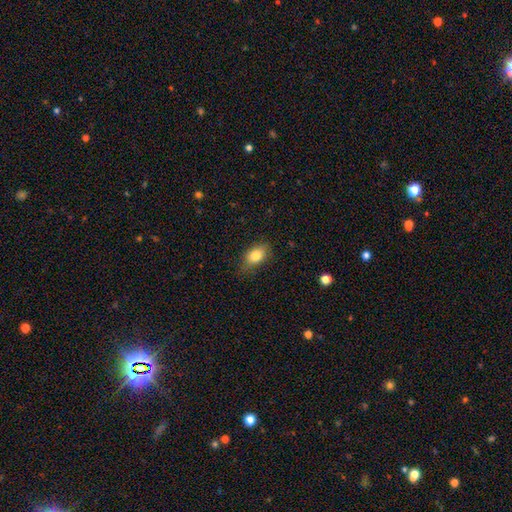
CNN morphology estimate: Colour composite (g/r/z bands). It shows a smooth galaxy with no disk features (81%) that is in between round and cigar-shaped (81%). Merging: none (76%).